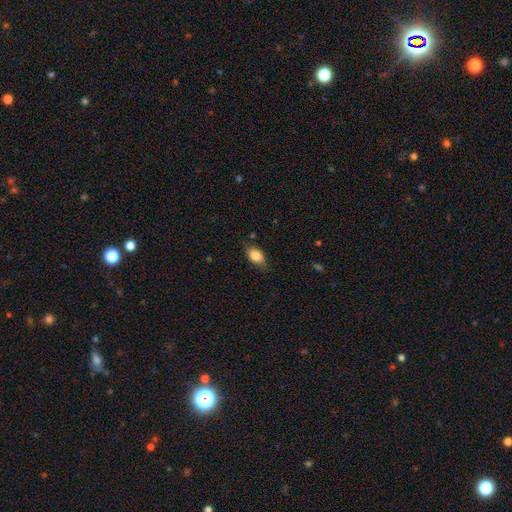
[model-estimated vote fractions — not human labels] smooth 84%, featured or disk 9%, star or artifact 7%. Down the decision tree: how rounded — in between (85%); merging — none (74%).